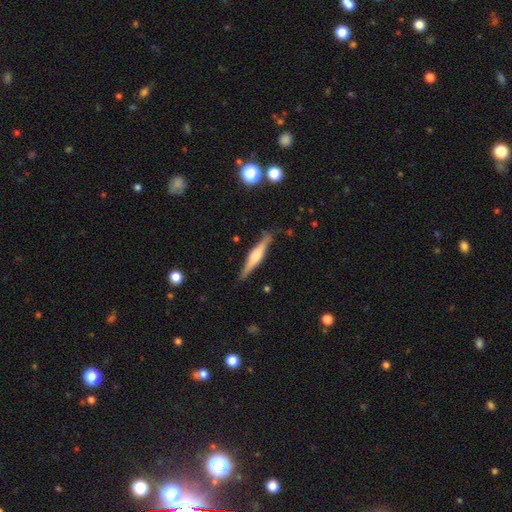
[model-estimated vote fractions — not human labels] This appears to be a featured or disk galaxy (59%) viewed edge-on (96%) with a rounded central bulge (66%). Merging: none (84%).